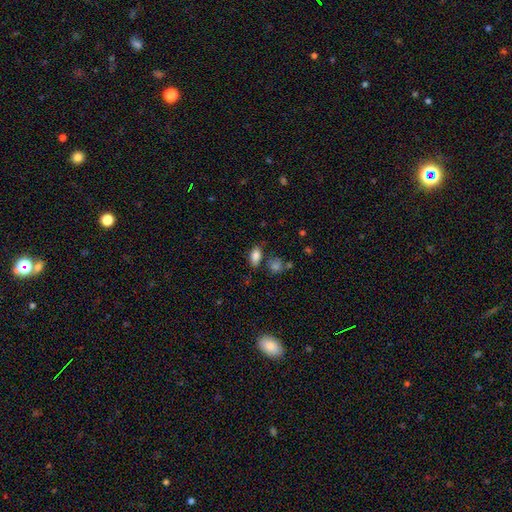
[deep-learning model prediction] The model was most divided on "merging": none: 73%, minor disturbance: 16%, merger: 7%, major disturbance: 4%. More confident: how rounded — in between (89%); smooth or featured — smooth (84%).